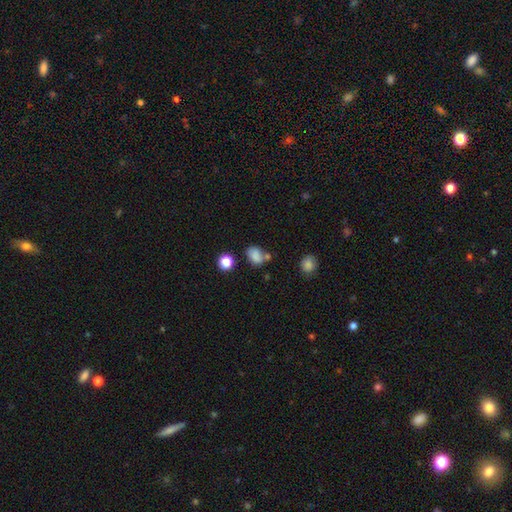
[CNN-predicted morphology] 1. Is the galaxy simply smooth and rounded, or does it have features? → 79% smooth, 13% star or artifact, 8% featured or disk.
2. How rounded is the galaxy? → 72% in between, 26% round, 2% cigar-shaped.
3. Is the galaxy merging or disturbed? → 48% none, 24% merger, 20% minor disturbance, 8% major disturbance.